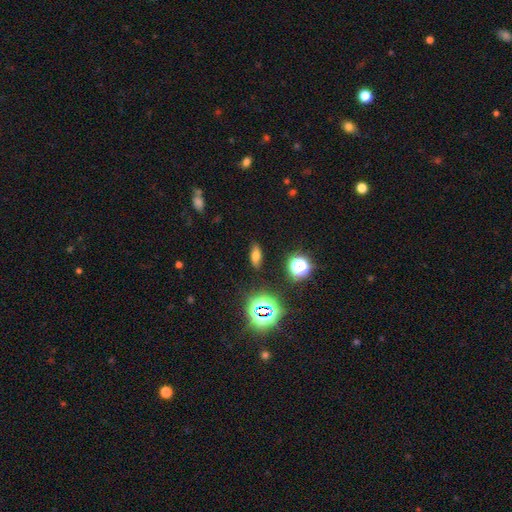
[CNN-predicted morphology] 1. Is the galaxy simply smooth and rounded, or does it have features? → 64% smooth, 22% star or artifact, 14% featured or disk.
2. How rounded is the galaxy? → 72% in between, 19% cigar-shaped, 9% round.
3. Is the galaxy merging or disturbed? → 86% none, 9% minor disturbance, 3% major disturbance, 2% merger.